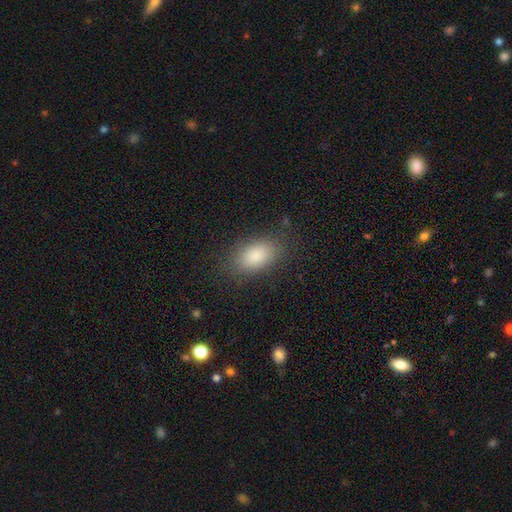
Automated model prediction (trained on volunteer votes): This appears to be a smooth galaxy with no disk features (87%) that is in between round and cigar-shaped (91%). Merging: none (84%).